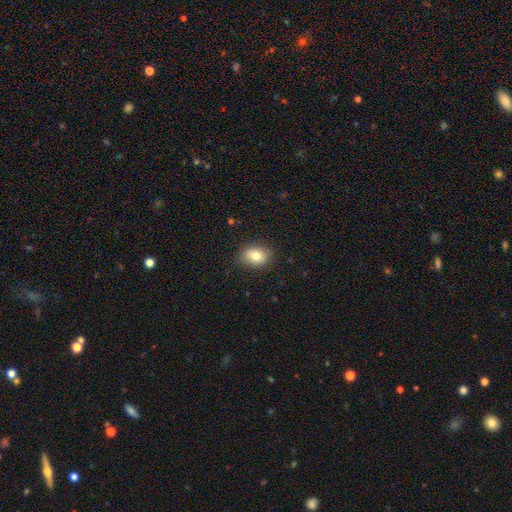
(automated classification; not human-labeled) This appears to be a smooth galaxy with no disk features (78%) that is in between round and cigar-shaped (69%). Merging: none (84%).